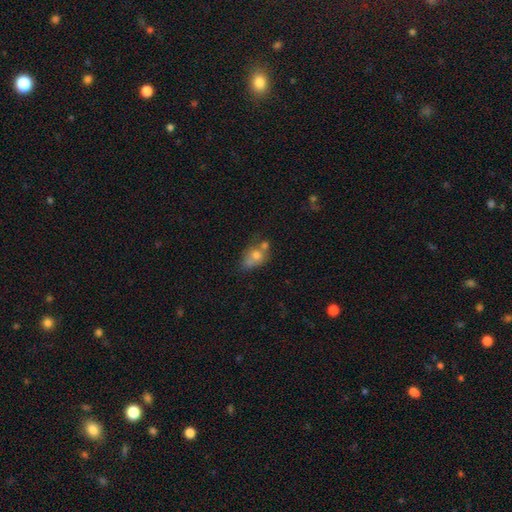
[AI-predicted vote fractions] A smooth galaxy with no disk features (66%) that is in between round and cigar-shaped (62%).

Vote fractions:
- Smooth or featured? smooth: 66% / featured or disk: 22% / star or artifact: 12%
- How rounded? in between: 62% / round: 36% / cigar-shaped: 2%
- Merging? merger: 42% / none: 32% / minor disturbance: 17% / major disturbance: 9%